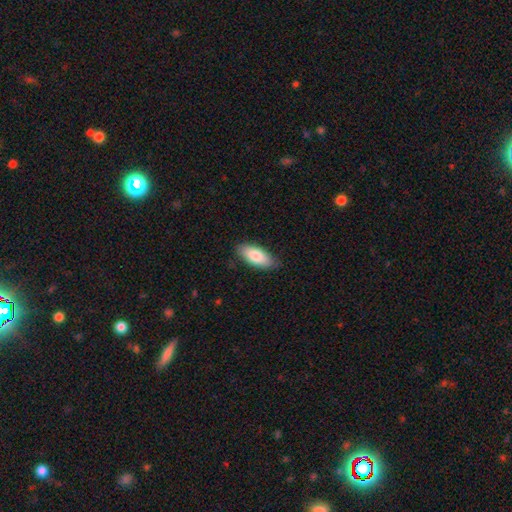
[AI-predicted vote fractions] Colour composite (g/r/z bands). It shows a smooth galaxy with no disk features (83%) that is in between round and cigar-shaped (86%). Merging: none (82%).